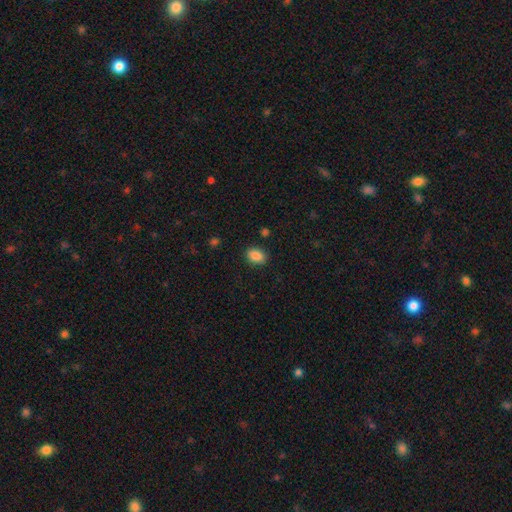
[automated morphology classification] Smooth or featured? Predicted: smooth (p=0.88). How rounded? Predicted: in between (p=0.79). Merging? Predicted: none (p=0.87).